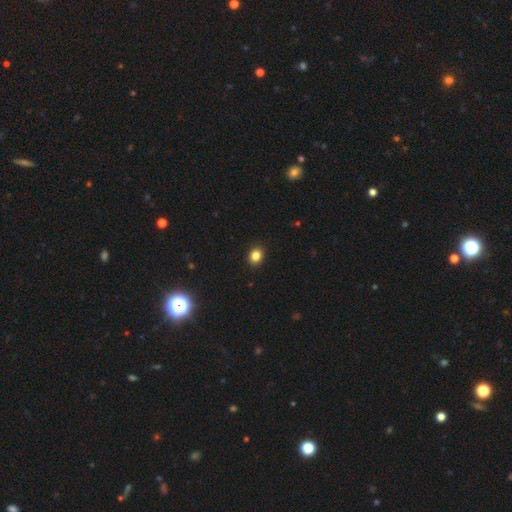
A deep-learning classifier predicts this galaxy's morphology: smooth_or_featured: smooth (p=0.84) [alt: star or artifact p=0.12]
how_rounded: round (p=0.60) [alt: in between p=0.40]
merging: none (p=0.91) [alt: minor disturbance p=0.06]